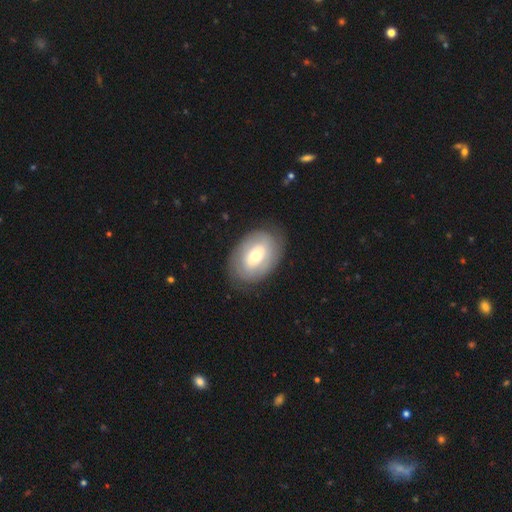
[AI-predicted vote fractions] Smooth or featured? Predicted: smooth (p=0.48). Merging? Predicted: none (p=0.82).